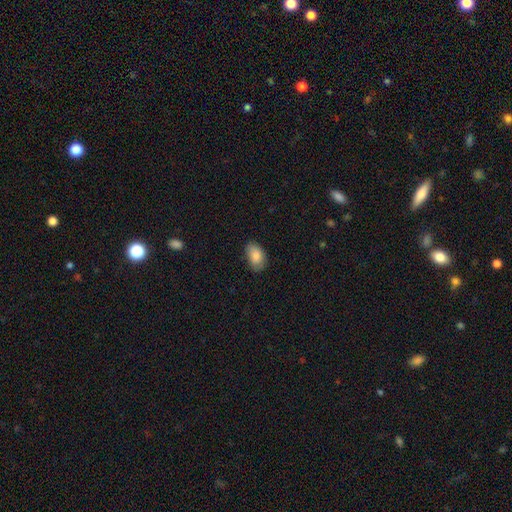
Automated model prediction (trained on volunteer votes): Q: Smooth or featured?
A: smooth (85%); runner-up: featured or disk (8%)
Q: How rounded?
A: in between (91%); runner-up: round (8%)
Q: Merging?
A: none (77%); runner-up: minor disturbance (19%)